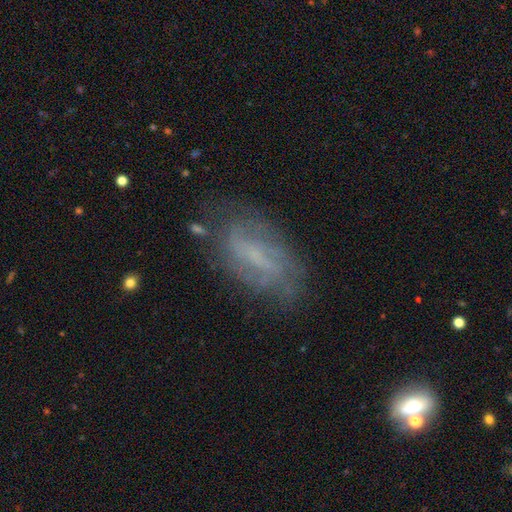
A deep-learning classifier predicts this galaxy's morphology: The model was most divided on "bulge size": small: 41%, none: 40%, moderate: 16%, large: 2%, dominant: 1%. Remaining: edge-on disk — no (91%); spiral arms — yes (79%); merging — none (68%); smooth or featured — featured or disk (65%); bar — weak (48%).